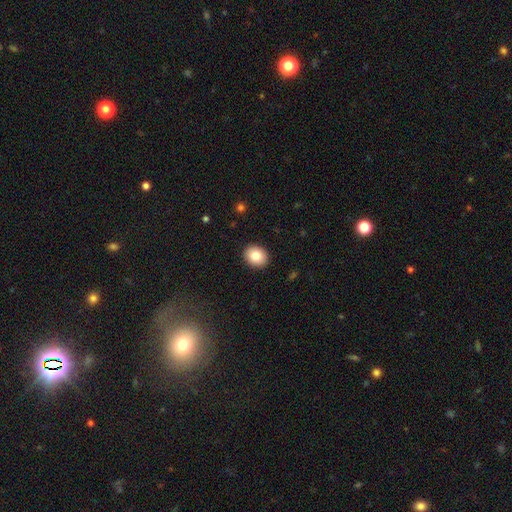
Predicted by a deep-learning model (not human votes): smooth-or-featured: smooth: 83% | featured or disk: 9% | star or artifact: 8%
  how-rounded: round: 51% | in between: 49% | cigar-shaped: 1%
  merging: none: 91% | minor disturbance: 6% | major disturbance: 2% | merger: 1%